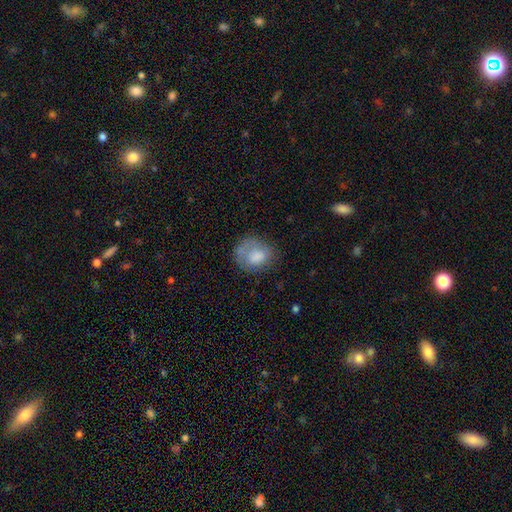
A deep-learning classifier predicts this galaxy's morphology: A smooth galaxy with no disk features (71%) that is round (62%).

Vote fractions:
- Smooth or featured? smooth: 71% / featured or disk: 21% / star or artifact: 8%
- How rounded? round: 62% / in between: 37% / cigar-shaped: 1%
- Merging? none: 53% / minor disturbance: 24% / major disturbance: 18% / merger: 5%